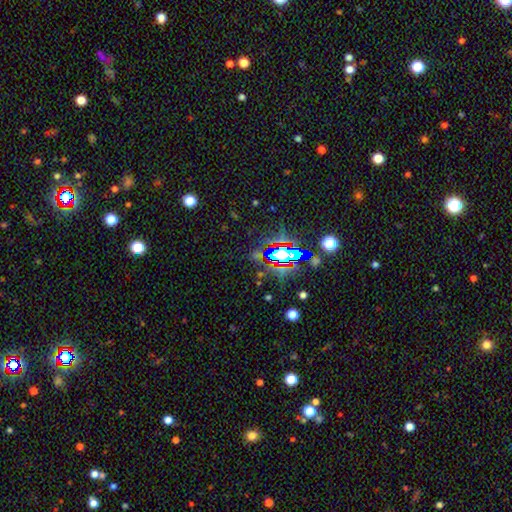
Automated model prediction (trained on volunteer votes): star or artifact 76%, smooth 13%, featured or disk 11%.